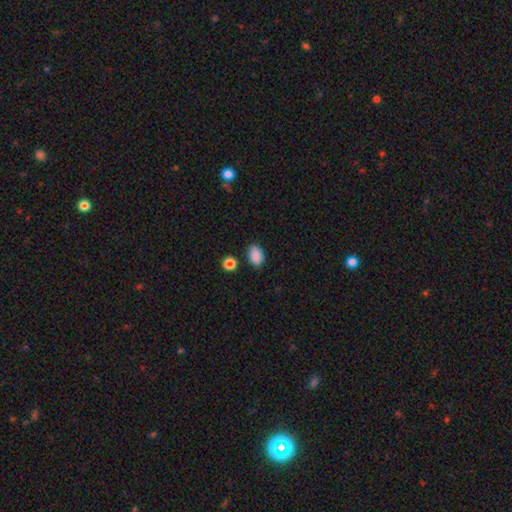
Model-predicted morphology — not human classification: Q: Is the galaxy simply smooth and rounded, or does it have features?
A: smooth — 88%.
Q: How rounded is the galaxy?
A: in between — 83%.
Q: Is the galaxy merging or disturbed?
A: none — 83%.